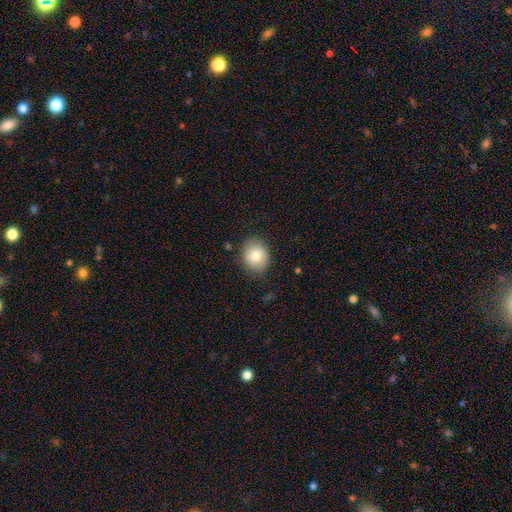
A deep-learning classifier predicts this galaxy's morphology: Smooth or featured? smooth (81%)
How rounded? round (61%)
Merging? none (83%)